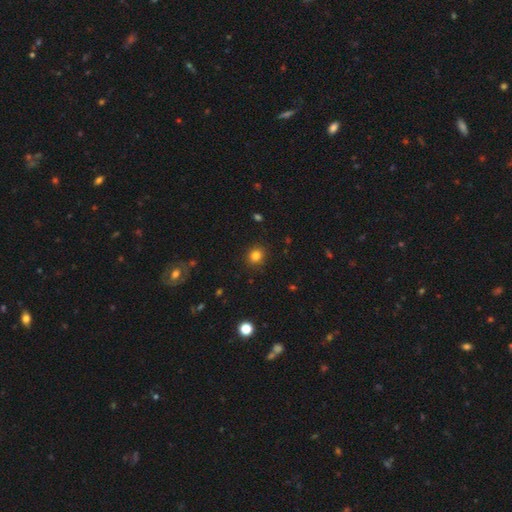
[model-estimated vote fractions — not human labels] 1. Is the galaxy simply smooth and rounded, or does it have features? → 82% smooth, 13% star or artifact, 5% featured or disk.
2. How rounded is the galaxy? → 86% round, 13% in between, 1% cigar-shaped.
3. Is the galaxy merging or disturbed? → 90% none, 6% minor disturbance, 2% major disturbance, 1% merger.